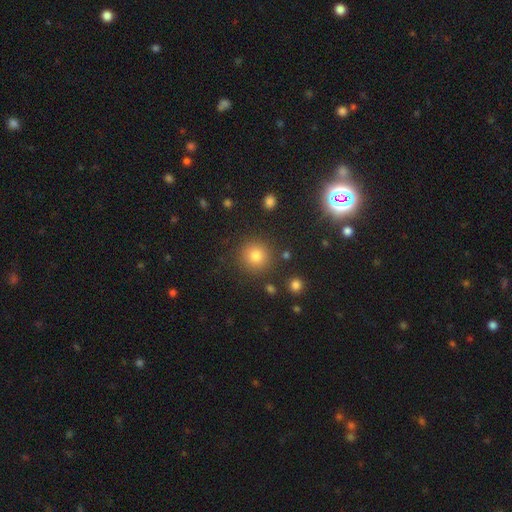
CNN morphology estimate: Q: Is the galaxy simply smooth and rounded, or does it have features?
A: smooth — 80%.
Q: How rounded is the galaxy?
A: round — 94%.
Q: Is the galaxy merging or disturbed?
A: none — 87%.